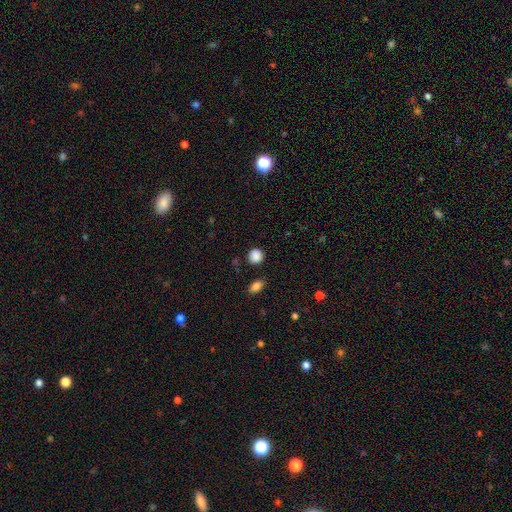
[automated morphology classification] Overall: smooth (87%). How rounded: round (87%). Merging: none (86%).